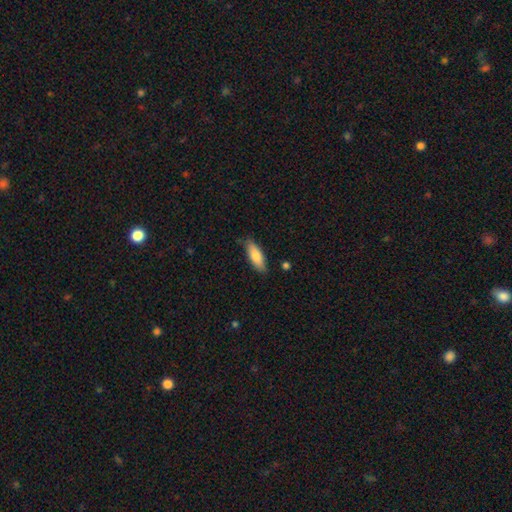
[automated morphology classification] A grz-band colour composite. It shows a smooth galaxy with no disk features (82%) that is in between round and cigar-shaped (66%). Merging: none (81%).